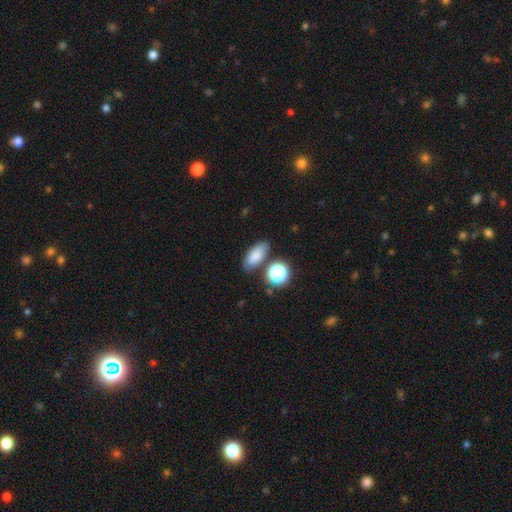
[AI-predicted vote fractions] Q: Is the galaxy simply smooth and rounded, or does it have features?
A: smooth — 77%.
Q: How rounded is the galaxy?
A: in between — 81%.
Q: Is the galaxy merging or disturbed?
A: none — 73%.